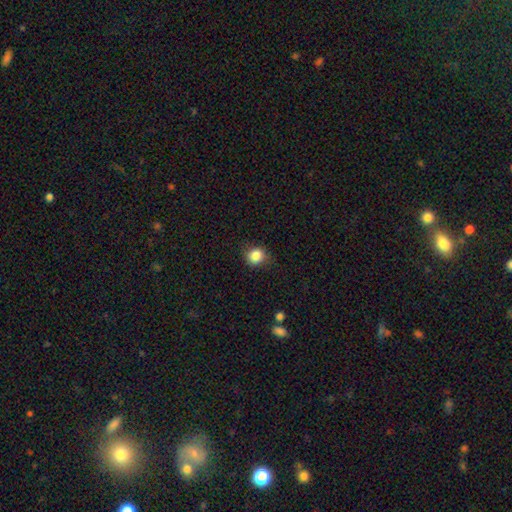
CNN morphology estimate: This appears to be a smooth galaxy with no disk features (85%) that is round (79%). Merging: none (82%).